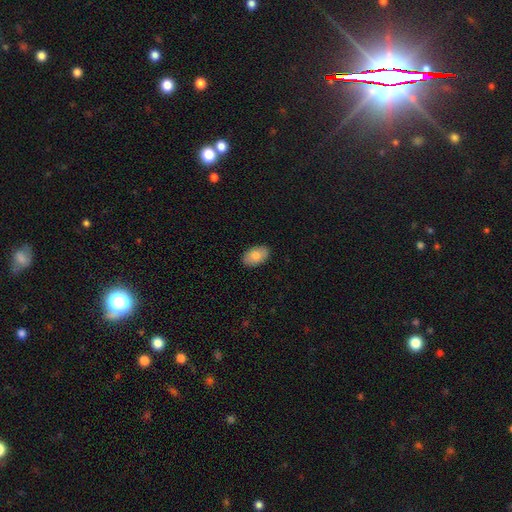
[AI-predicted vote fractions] smooth_or_featured: smooth (p=0.84) [alt: featured or disk p=0.09]
how_rounded: in between (p=0.91) [alt: round p=0.07]
merging: none (p=0.88) [alt: minor disturbance p=0.09]